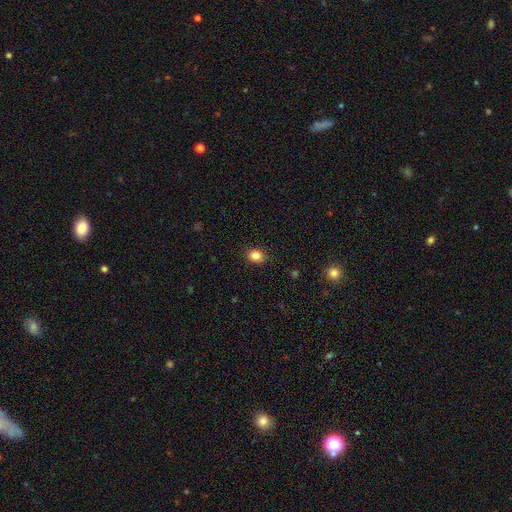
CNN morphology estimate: Smooth or featured? smooth (84%)
How rounded? in between (53%)
Merging? none (89%)